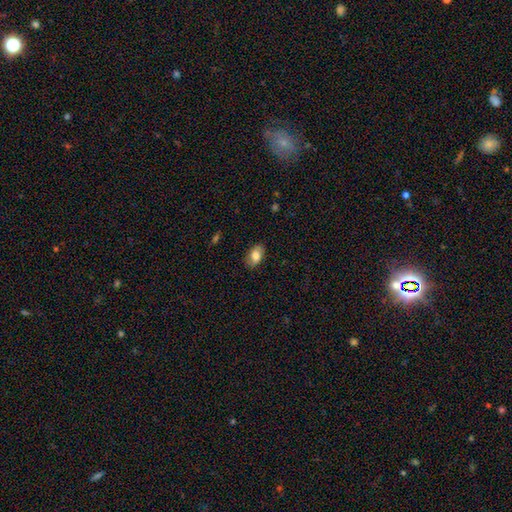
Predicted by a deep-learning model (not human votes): This appears to be a smooth galaxy with no disk features (81%) that is in between round and cigar-shaped (91%). Merging: none (85%).